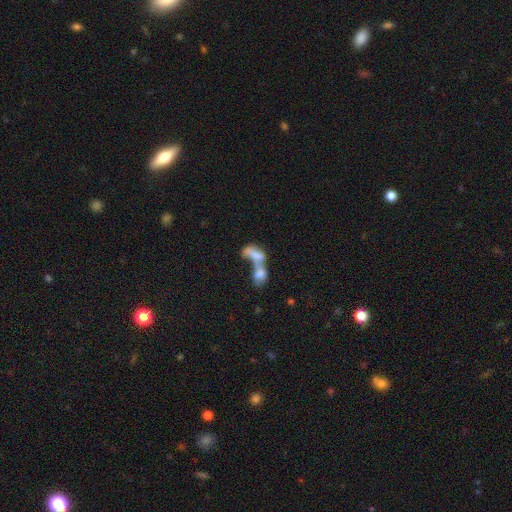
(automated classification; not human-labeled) Smooth or featured: smooth — 65% (featured or disk — 26%)
How rounded: in between — 78% (cigar-shaped — 14%)
Merging: merger — 79% (none — 9%)